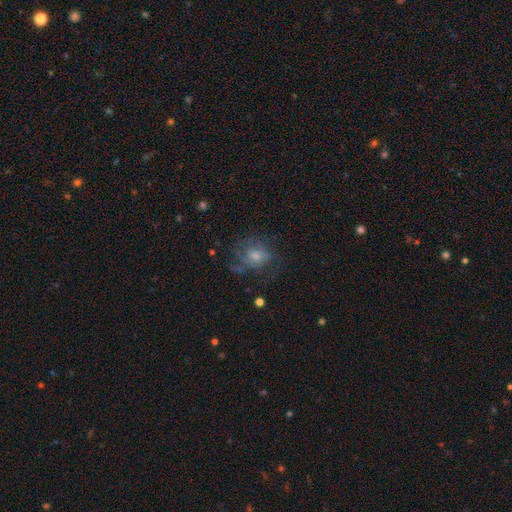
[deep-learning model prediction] This appears to be a featured or disk galaxy (51%). Merging: none (61%).